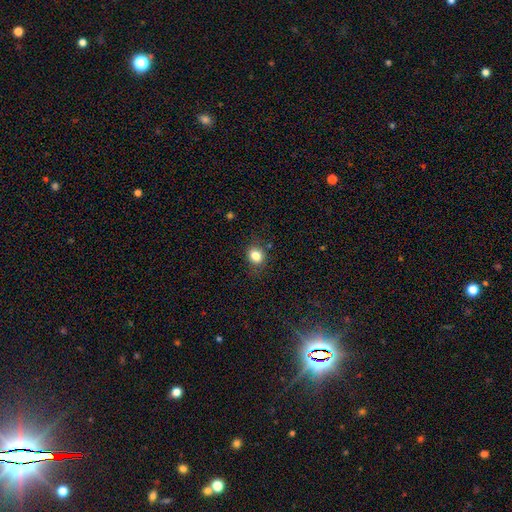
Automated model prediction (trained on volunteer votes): Smooth or featured: smooth — 82% (star or artifact — 11%)
How rounded: round — 65% (in between — 34%)
Merging: none — 83% (minor disturbance — 12%)